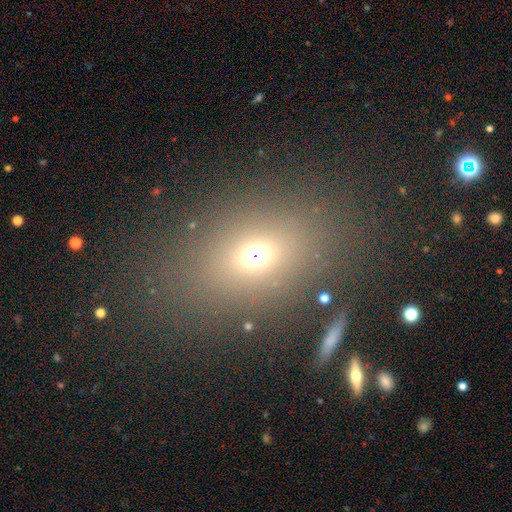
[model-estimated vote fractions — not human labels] A smooth galaxy with no disk features (65%) that is in between round and cigar-shaped (61%). Merging: none (77%).